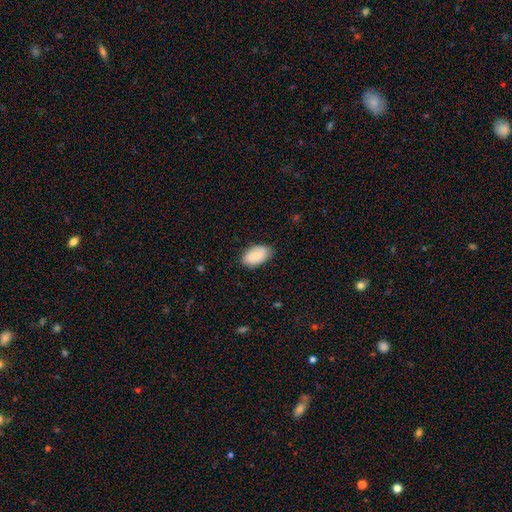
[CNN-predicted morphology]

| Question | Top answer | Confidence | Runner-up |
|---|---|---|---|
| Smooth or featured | smooth | 83% | featured or disk (11%) |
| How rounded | in between | 94% | round (5%) |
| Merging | none | 81% | minor disturbance (16%) |